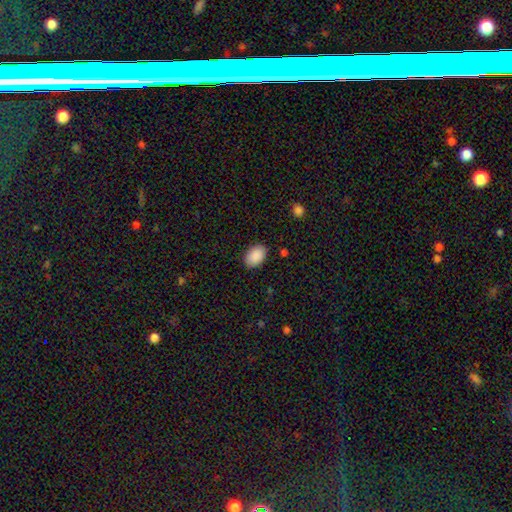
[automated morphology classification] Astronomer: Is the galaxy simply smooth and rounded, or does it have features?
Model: smooth — 90%.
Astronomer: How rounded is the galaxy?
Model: in between — 88%.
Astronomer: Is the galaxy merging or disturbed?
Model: none — 87%.